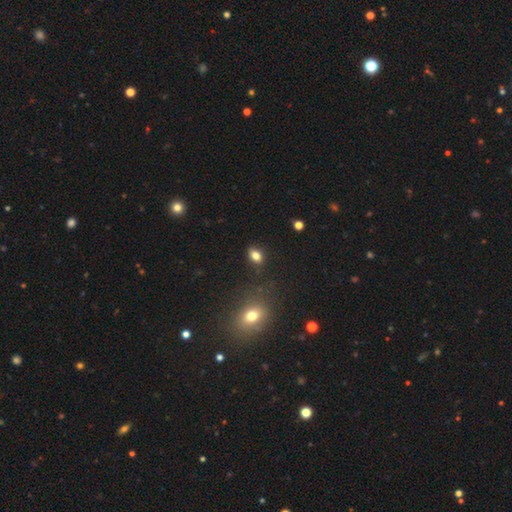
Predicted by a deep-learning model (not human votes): Q: Smooth or featured?
A: smooth (80%); runner-up: star or artifact (13%)
Q: How rounded?
A: in between (74%); runner-up: round (23%)
Q: Merging?
A: none (83%); runner-up: minor disturbance (12%)